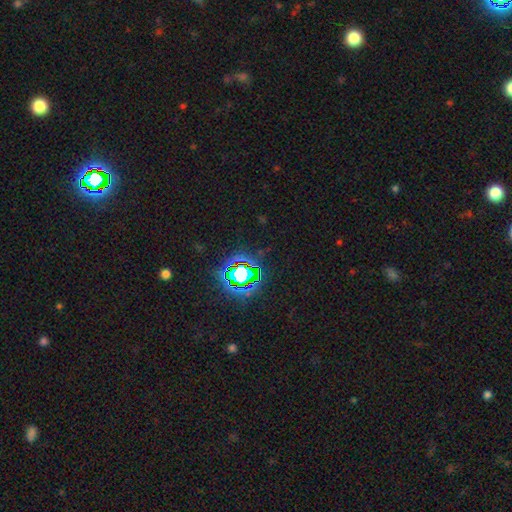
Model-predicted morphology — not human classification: smooth-or-featured: star or artifact: 78% | smooth: 14% | featured or disk: 8%